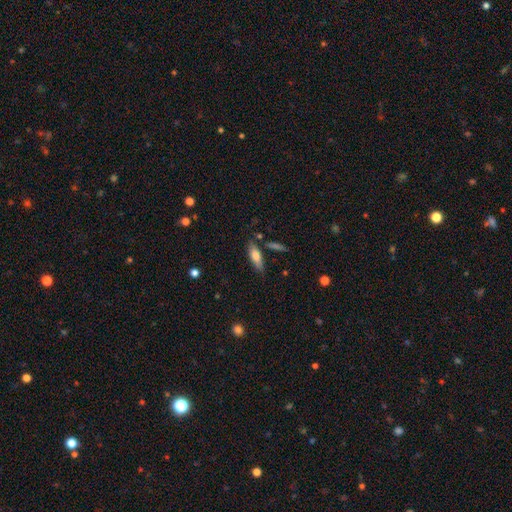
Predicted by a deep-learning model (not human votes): Q: Smooth or featured?
A: smooth (74%); runner-up: featured or disk (19%)
Q: How rounded?
A: in between (55%); runner-up: cigar-shaped (43%)
Q: Merging?
A: none (74%); runner-up: minor disturbance (16%)